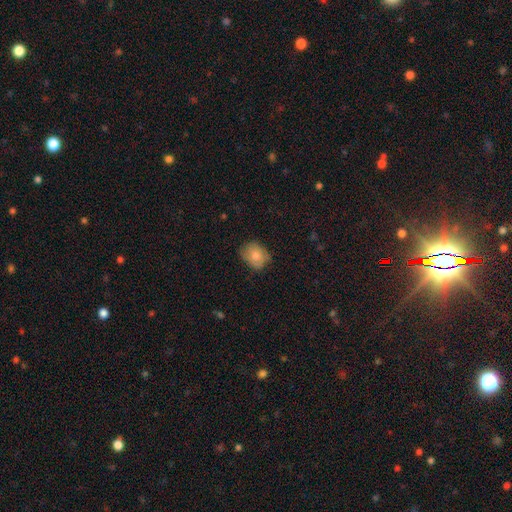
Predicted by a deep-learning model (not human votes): Smooth or featured?
  - smooth: 78% *
  - featured or disk: 14%
  - star or artifact: 8%
How rounded?
  - round: 50% *
  - in between: 49%
  - cigar-shaped: 1%
Merging?
  - none: 67% *
  - minor disturbance: 27%
  - major disturbance: 5%
  - merger: 1%